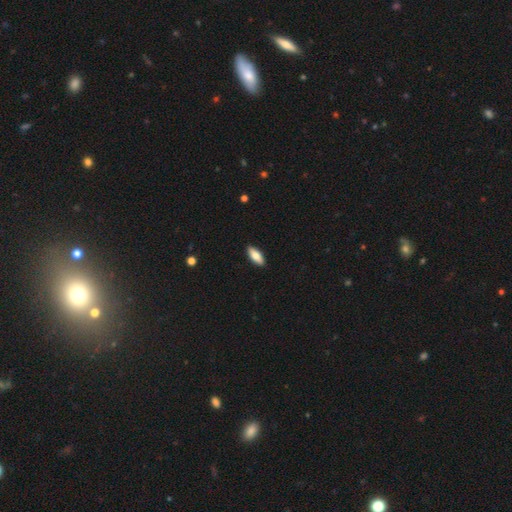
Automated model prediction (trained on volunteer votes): Q: Smooth or featured?
A: smooth (78%); runner-up: featured or disk (16%)
Q: How rounded?
A: in between (76%); runner-up: cigar-shaped (22%)
Q: Merging?
A: none (90%); runner-up: minor disturbance (8%)